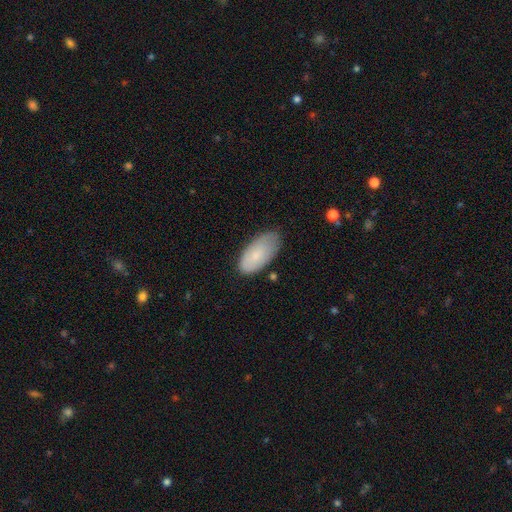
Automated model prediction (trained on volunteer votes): Smooth or featured?
  - smooth: 76% *
  - featured or disk: 17%
  - star or artifact: 6%
How rounded?
  - in between: 94% *
  - cigar-shaped: 4%
  - round: 2%
Merging?
  - none: 68% *
  - minor disturbance: 26%
  - major disturbance: 5%
  - merger: 2%